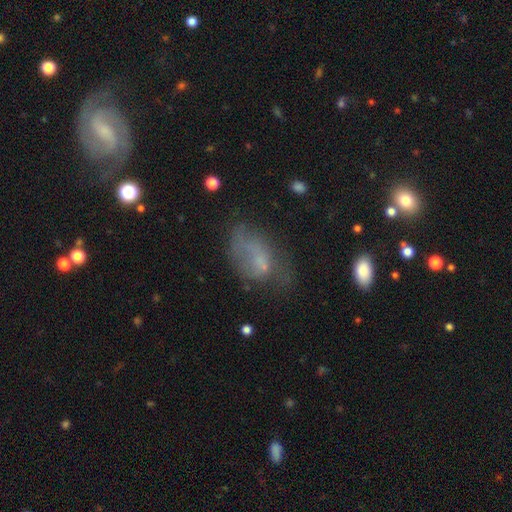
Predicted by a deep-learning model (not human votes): smooth_or_featured: smooth (p=0.51) [alt: featured or disk p=0.34]
how_rounded: in between (p=0.87) [alt: round p=0.09]
merging: none (p=0.37) [alt: major disturbance p=0.31]